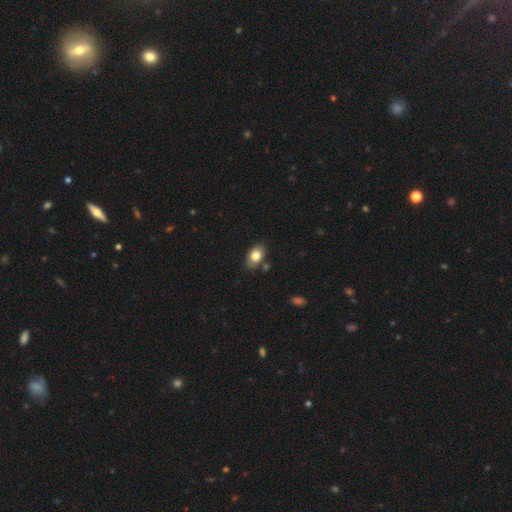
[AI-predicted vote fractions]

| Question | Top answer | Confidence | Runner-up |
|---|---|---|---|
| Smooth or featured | smooth | 80% | featured or disk (12%) |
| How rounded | in between | 86% | round (13%) |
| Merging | none | 79% | minor disturbance (14%) |